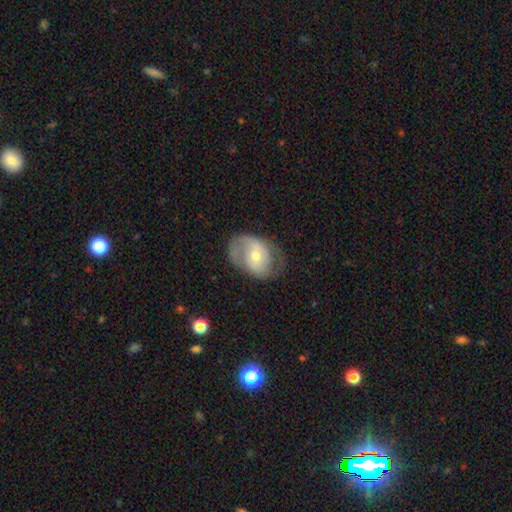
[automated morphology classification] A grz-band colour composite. It shows a featured or disk galaxy (61%) with no bar (57%), spiral arms (66%) and a moderate central bulge (53%). Merging: none (58%).